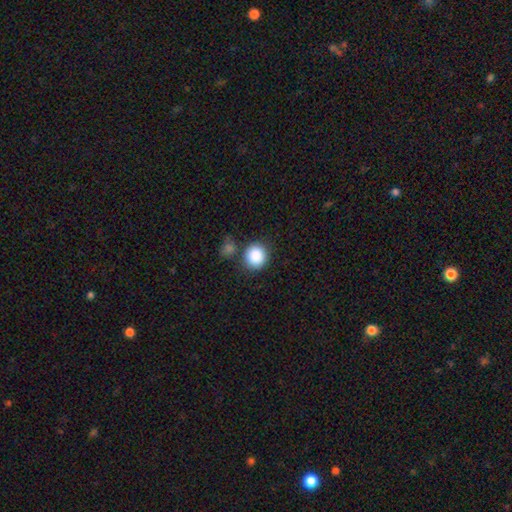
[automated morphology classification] Smooth or featured: smooth — 88% (star or artifact — 9%)
How rounded: round — 86% (in between — 13%)
Merging: none — 75% (minor disturbance — 11%)